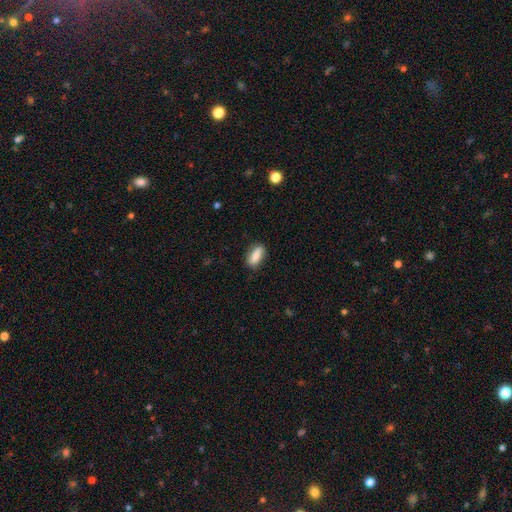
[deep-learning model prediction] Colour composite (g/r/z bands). It shows a smooth galaxy with no disk features (81%) that is in between round and cigar-shaped (77%). Merging: none (81%).